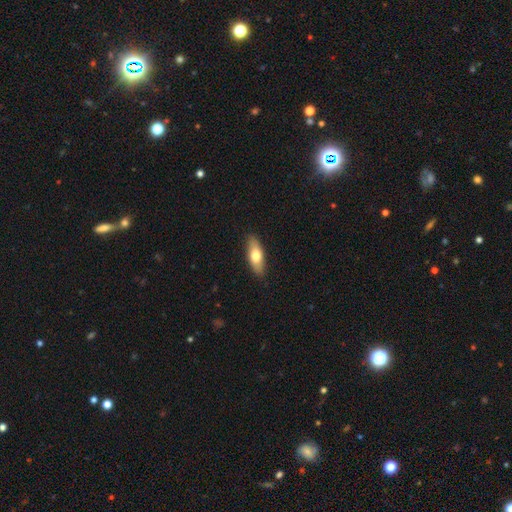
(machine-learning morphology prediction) The model was most divided on "how rounded": in between: 66%, cigar-shaped: 31%, round: 3%. More confident: merging — none (88%); smooth or featured — smooth (69%).